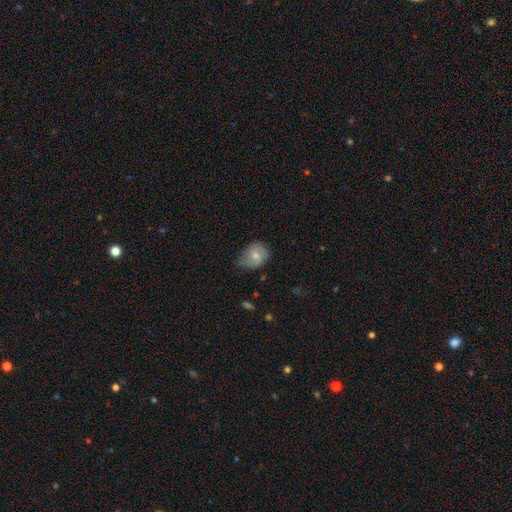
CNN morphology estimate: This appears to be a smooth galaxy with no disk features (59%) that is round (51%). Merging: none (50%).